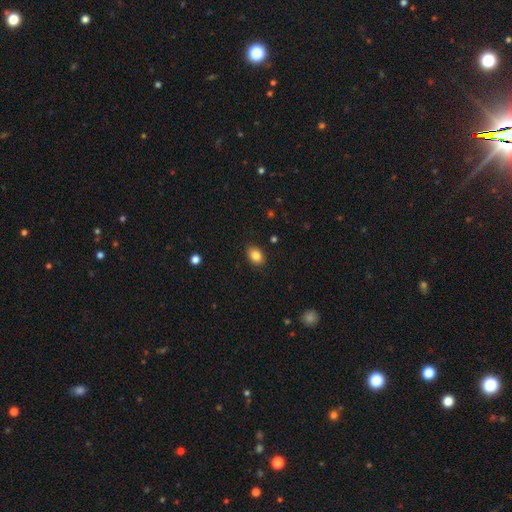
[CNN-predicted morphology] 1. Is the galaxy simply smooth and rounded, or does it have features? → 84% smooth, 9% star or artifact, 7% featured or disk.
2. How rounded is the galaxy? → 74% in between, 25% round, 1% cigar-shaped.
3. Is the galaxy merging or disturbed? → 85% none, 11% minor disturbance, 2% major disturbance, 1% merger.